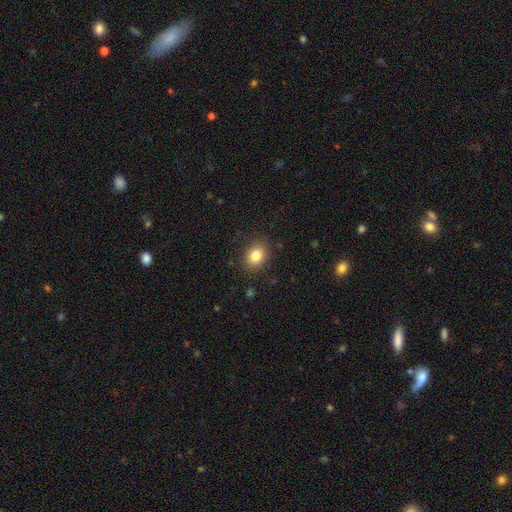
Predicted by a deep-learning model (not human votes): Smooth or featured? Predicted: smooth (p=0.83). How rounded? Predicted: in between (p=0.52). Merging? Predicted: none (p=0.88).